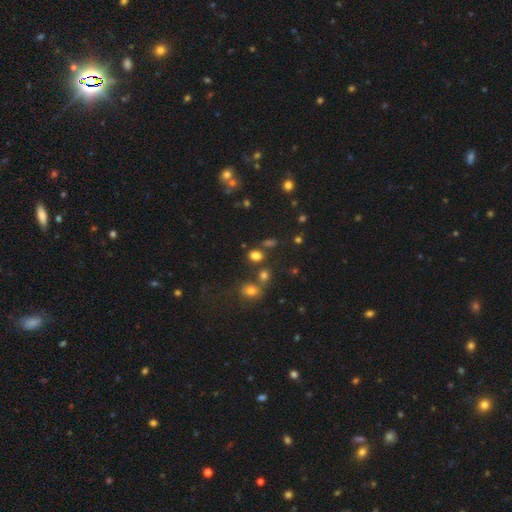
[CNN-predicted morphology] The model was most divided on "how rounded": in between: 60%, round: 38%, cigar-shaped: 2%. More confident: smooth or featured — smooth (77%); merging — none (71%).